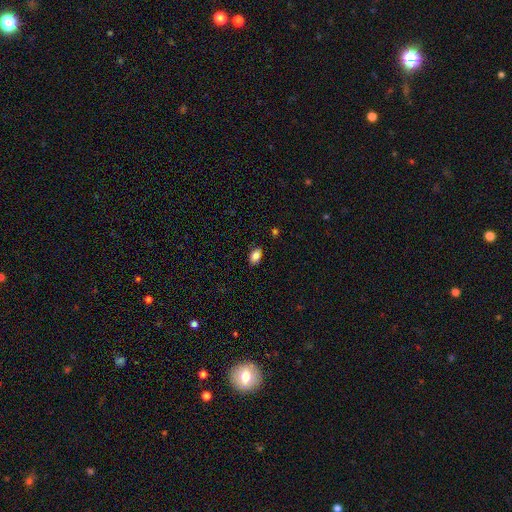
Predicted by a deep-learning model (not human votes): Overall: smooth (83%). How rounded: in between (88%). Merging: none (84%).